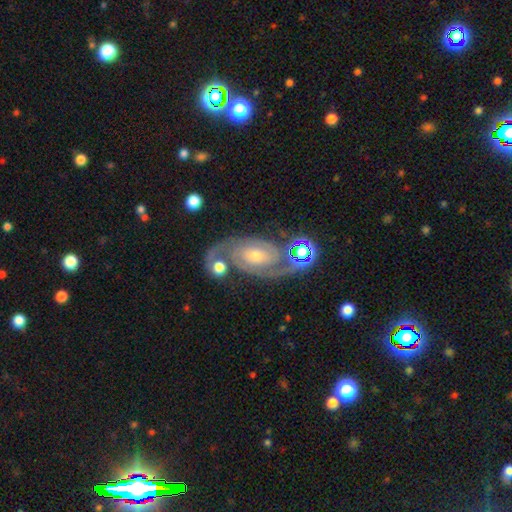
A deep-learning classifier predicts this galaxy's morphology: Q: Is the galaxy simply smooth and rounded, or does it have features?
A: featured or disk — 87%.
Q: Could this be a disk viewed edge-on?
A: no — 97%.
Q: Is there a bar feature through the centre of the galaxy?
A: no — 64%.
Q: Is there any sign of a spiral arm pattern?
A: yes — 97%.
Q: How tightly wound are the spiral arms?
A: tight — 51%.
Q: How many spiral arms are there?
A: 2 — 88%.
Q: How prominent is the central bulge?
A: small — 48%.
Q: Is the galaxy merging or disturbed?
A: none — 66%.